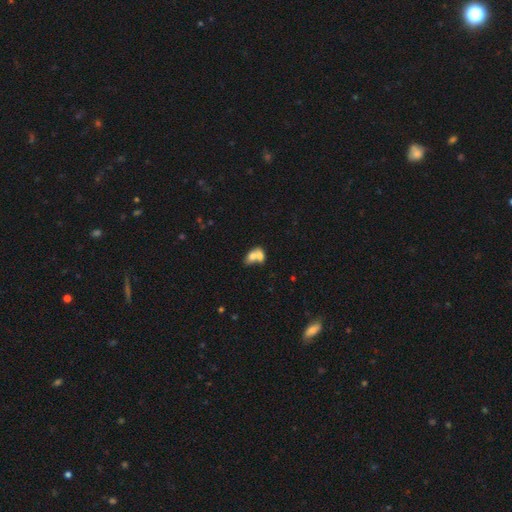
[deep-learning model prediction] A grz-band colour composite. It shows a smooth galaxy with no disk features (69%) that is in between round and cigar-shaped (80%). Merging: merger (73%).